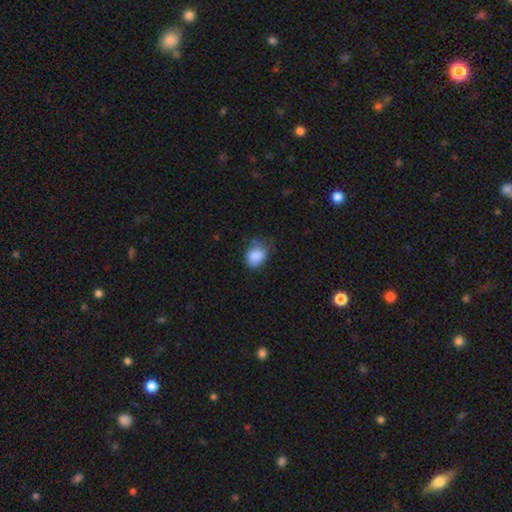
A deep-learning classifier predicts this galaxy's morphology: A smooth galaxy with no disk features (86%) that is in between round and cigar-shaped (62%). Merging: none (54%).